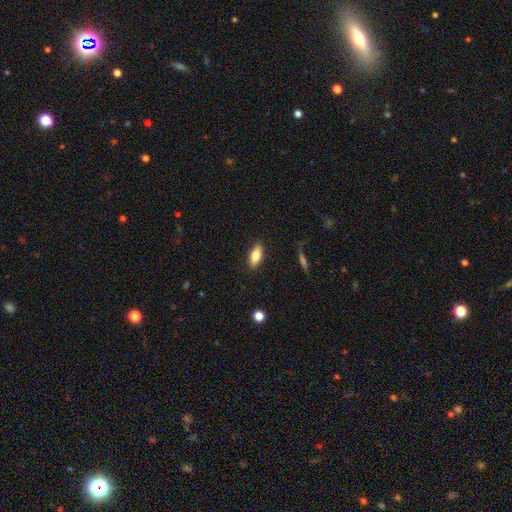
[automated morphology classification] Q: Smooth or featured?
A: smooth (74%); runner-up: featured or disk (19%)
Q: How rounded?
A: in between (83%); runner-up: cigar-shaped (14%)
Q: Merging?
A: none (88%); runner-up: minor disturbance (9%)